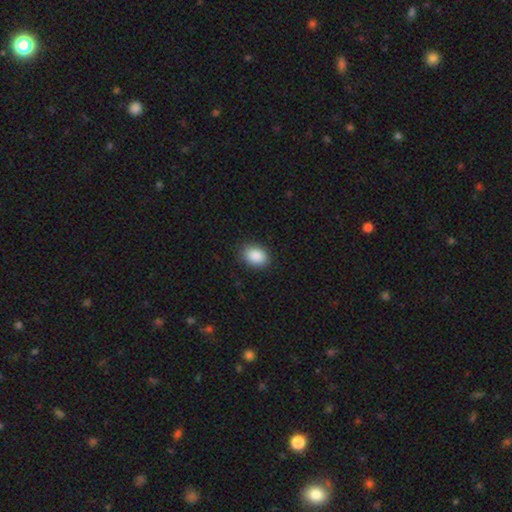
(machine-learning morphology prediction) Smooth or featured: smooth — 90% (star or artifact — 7%)
How rounded: in between — 77% (round — 22%)
Merging: none — 88% (minor disturbance — 9%)